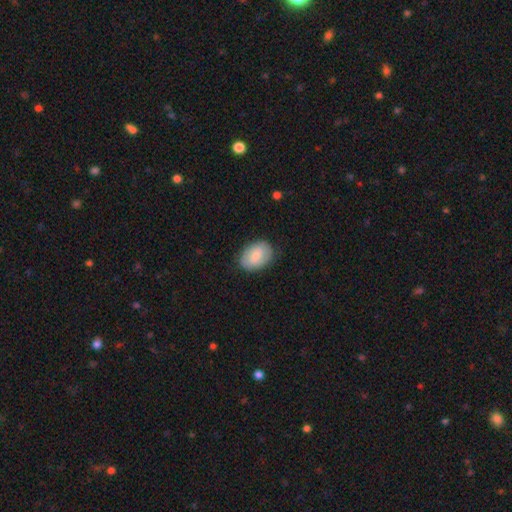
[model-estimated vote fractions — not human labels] smooth-or-featured: smooth: 73% | featured or disk: 21% | star or artifact: 6%
  how-rounded: in between: 80% | round: 19% | cigar-shaped: 1%
  merging: none: 80% | minor disturbance: 15% | major disturbance: 4% | merger: 1%